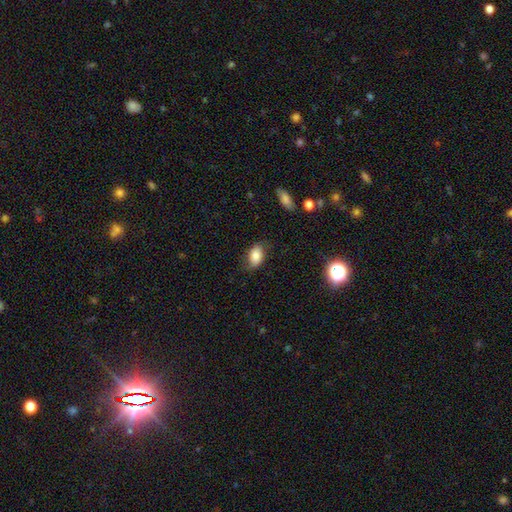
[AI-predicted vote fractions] This appears to be a smooth galaxy with no disk features (81%) that is in between round and cigar-shaped (88%). Merging: none (72%).